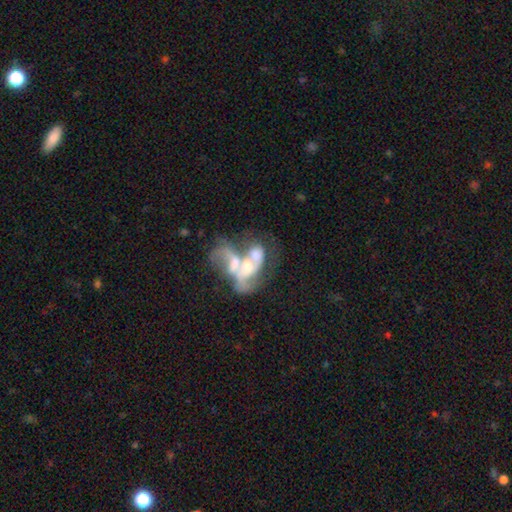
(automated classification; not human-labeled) A featured or disk galaxy (66%) with no bar (72%), spiral arms (55%) and a moderate central bulge (55%).

Vote fractions:
- Smooth or featured? featured or disk: 66% / smooth: 25% / star or artifact: 9%
- Edge-on disk? no: 97% / yes: 3%
- Bar? no: 72% / weak: 21% / strong: 7%
- Spiral arms? yes: 55% / no: 45%
- Bulge size? moderate: 55% / small: 21% / large: 13% / none: 9% / dominant: 2%
- Merging? merger: 74% / major disturbance: 14% / none: 8% / minor disturbance: 5%